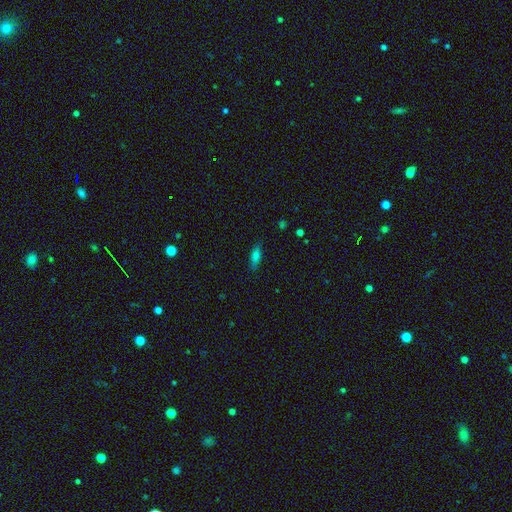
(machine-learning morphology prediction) A smooth galaxy with no disk features (67%) that is in between round and cigar-shaped (57%). Merging: none (84%).